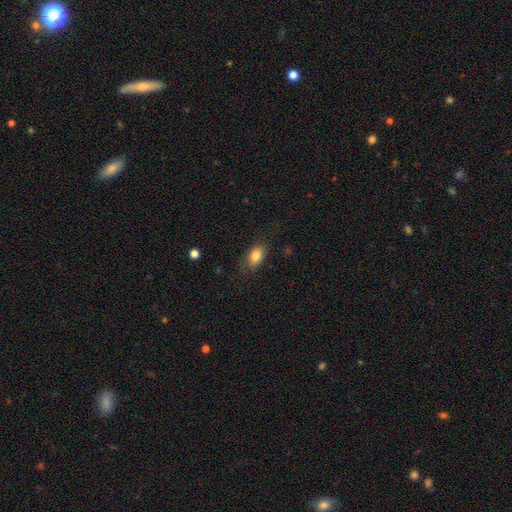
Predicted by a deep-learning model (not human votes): Smooth or featured?
  - smooth: 83% *
  - featured or disk: 9%
  - star or artifact: 8%
How rounded?
  - in between: 87% *
  - round: 9%
  - cigar-shaped: 4%
Merging?
  - none: 78% *
  - minor disturbance: 16%
  - major disturbance: 5%
  - merger: 1%